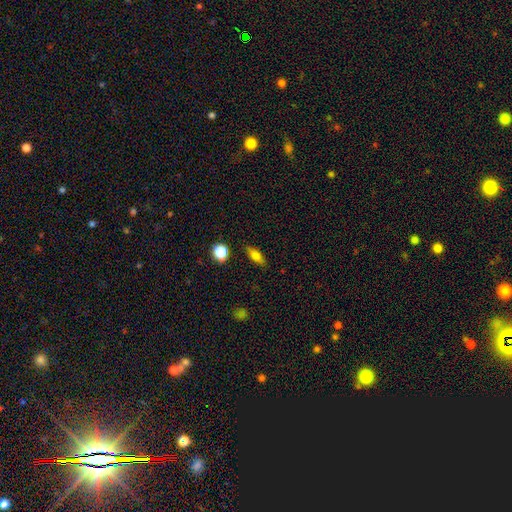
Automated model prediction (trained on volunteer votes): Smooth or featured?
  - smooth: 70% *
  - featured or disk: 19%
  - star or artifact: 10%
How rounded?
  - in between: 64% *
  - cigar-shaped: 26%
  - round: 9%
Merging?
  - none: 86% *
  - minor disturbance: 10%
  - major disturbance: 3%
  - merger: 2%